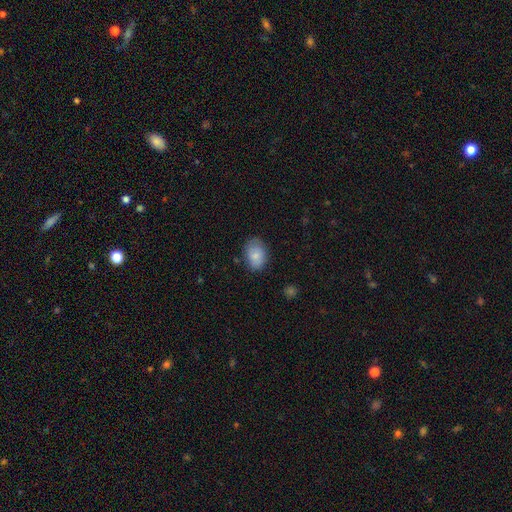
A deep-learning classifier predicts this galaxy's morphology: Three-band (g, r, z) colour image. It shows a smooth galaxy with no disk features (82%) that is in between round and cigar-shaped (78%). Merging: none (76%).